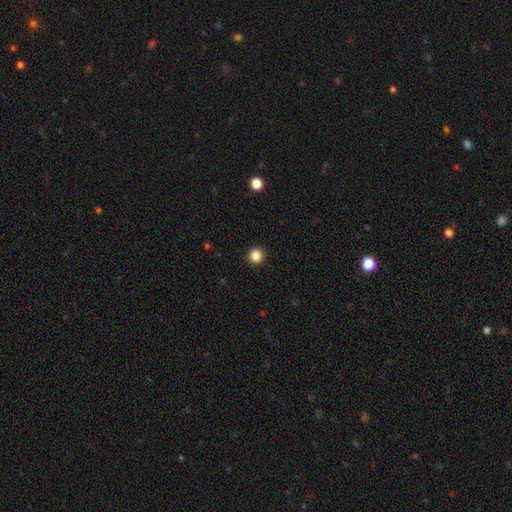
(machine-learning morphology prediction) The model was most divided on "smooth or featured": smooth: 86%, star or artifact: 11%, featured or disk: 3%. More confident: how rounded — round (93%); merging — none (93%).